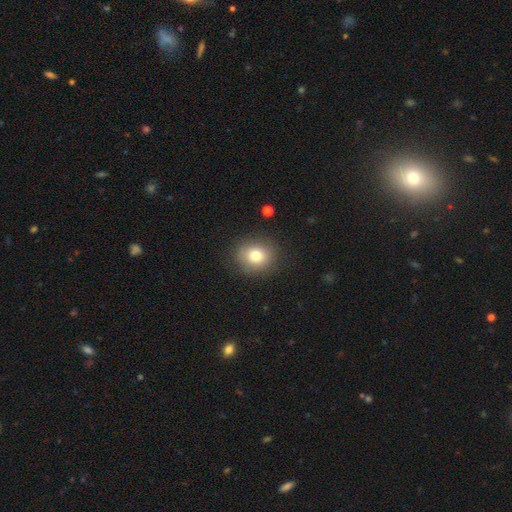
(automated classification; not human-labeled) Q: Smooth or featured?
A: smooth (77%); runner-up: featured or disk (12%)
Q: How rounded?
A: round (75%); runner-up: in between (24%)
Q: Merging?
A: none (85%); runner-up: minor disturbance (10%)